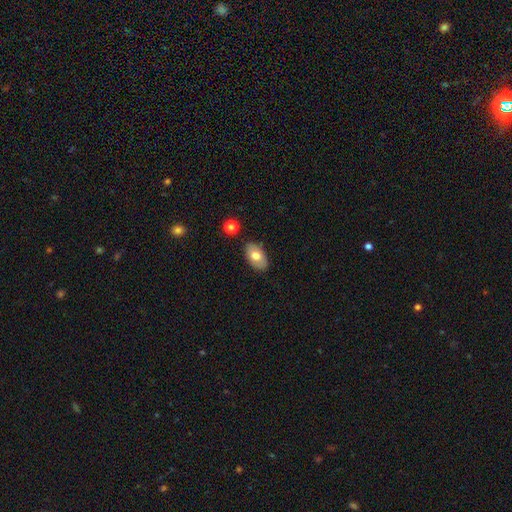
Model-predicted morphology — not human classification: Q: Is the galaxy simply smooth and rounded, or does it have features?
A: smooth — 72%.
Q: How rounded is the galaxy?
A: in between — 93%.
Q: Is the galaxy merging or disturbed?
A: none — 84%.